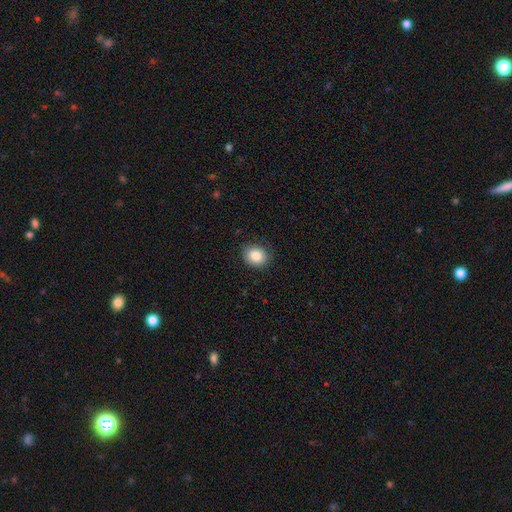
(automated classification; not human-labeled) This is clearly a smooth galaxy (85%). How rounded: likely round (66%). Merging: clearly none (82%).